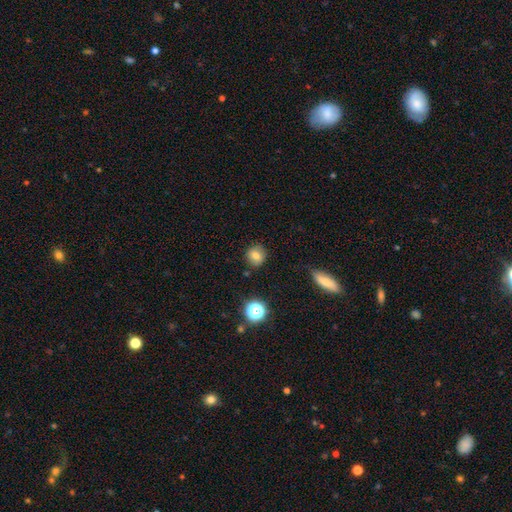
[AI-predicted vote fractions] Q: Smooth or featured?
A: smooth (77%); runner-up: star or artifact (13%)
Q: How rounded?
A: round (88%); runner-up: in between (11%)
Q: Merging?
A: none (85%); runner-up: minor disturbance (10%)